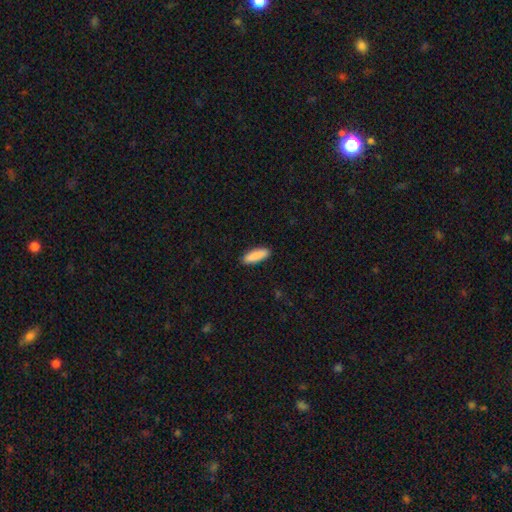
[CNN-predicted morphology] The model was most divided on "how rounded": in between: 52%, cigar-shaped: 46%, round: 2%. More confident: merging — none (90%); smooth or featured — smooth (90%).